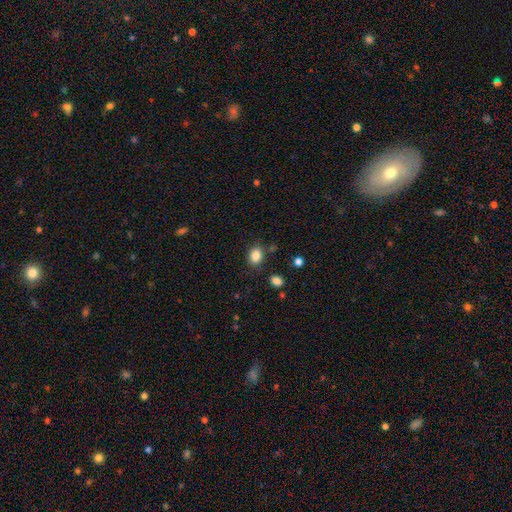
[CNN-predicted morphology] smooth_or_featured: smooth (p=0.85) [alt: star or artifact p=0.10]
how_rounded: in between (p=0.62) [alt: round p=0.37]
merging: none (p=0.79) [alt: minor disturbance p=0.13]